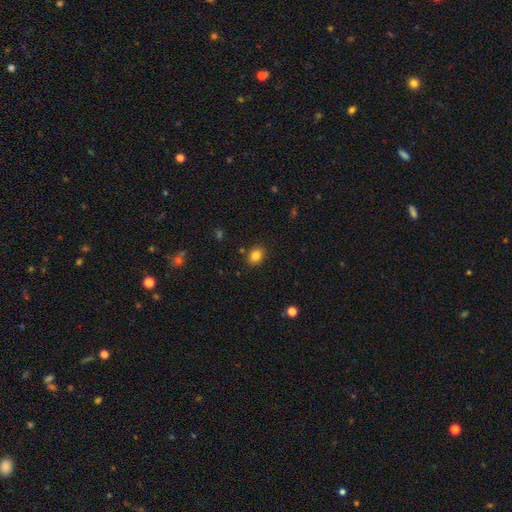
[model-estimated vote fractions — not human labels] smooth 83%, star or artifact 11%, featured or disk 6%. Down the decision tree: how rounded — in between (51%); merging — none (85%).